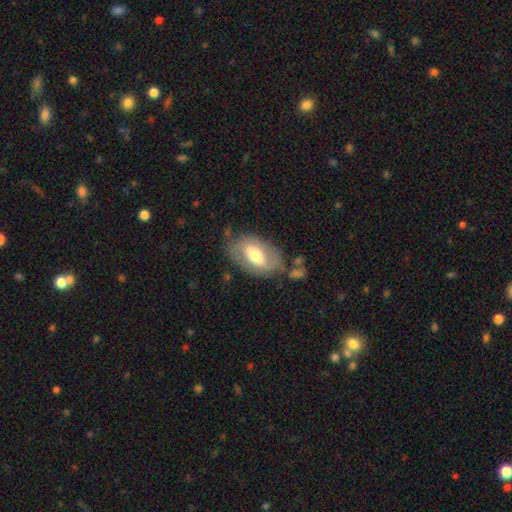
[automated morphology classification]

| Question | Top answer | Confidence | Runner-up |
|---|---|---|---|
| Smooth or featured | featured or disk | 49% | smooth (45%) |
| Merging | none | 66% | minor disturbance (20%) |